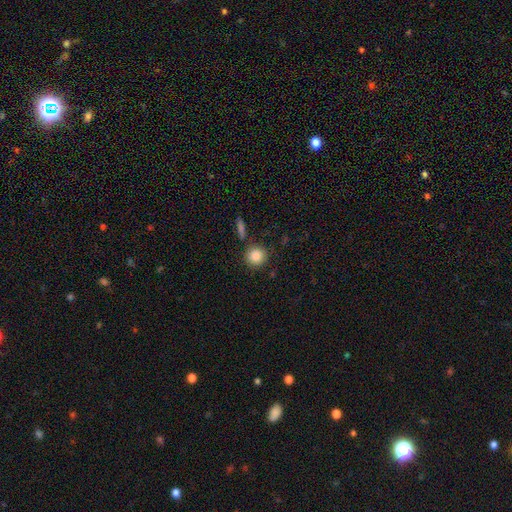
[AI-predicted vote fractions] A smooth galaxy with no disk features (87%) that is round (92%).

Vote fractions:
- Smooth or featured? smooth: 87% / star or artifact: 8% / featured or disk: 5%
- How rounded? round: 92% / in between: 7% / cigar-shaped: 1%
- Merging? none: 83% / minor disturbance: 9% / merger: 5% / major disturbance: 3%